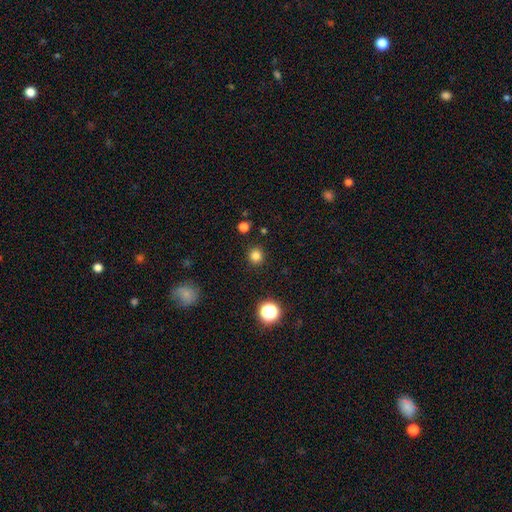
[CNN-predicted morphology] A smooth galaxy with no disk features (82%) that is round (92%). Merging: none (91%).